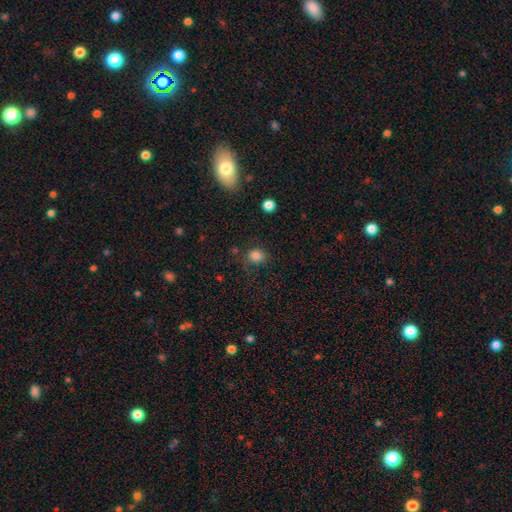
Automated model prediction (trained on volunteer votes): This is clearly a smooth galaxy (82%). How rounded: likely round (63%). Merging: likely none (72%).